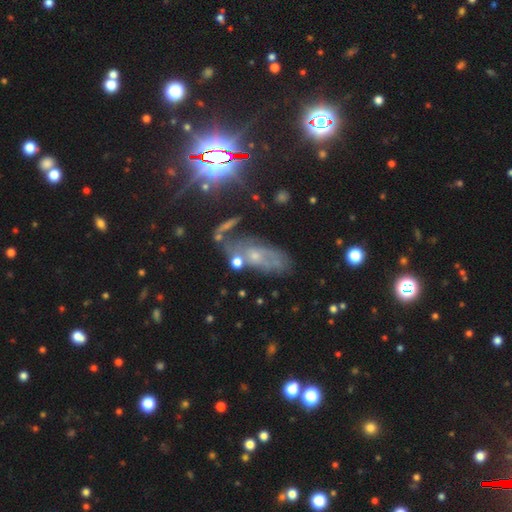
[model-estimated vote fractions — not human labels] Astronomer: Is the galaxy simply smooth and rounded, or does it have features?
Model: featured or disk — 53%.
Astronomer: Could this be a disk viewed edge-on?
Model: no — 86%.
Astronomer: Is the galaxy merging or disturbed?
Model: none — 47%.